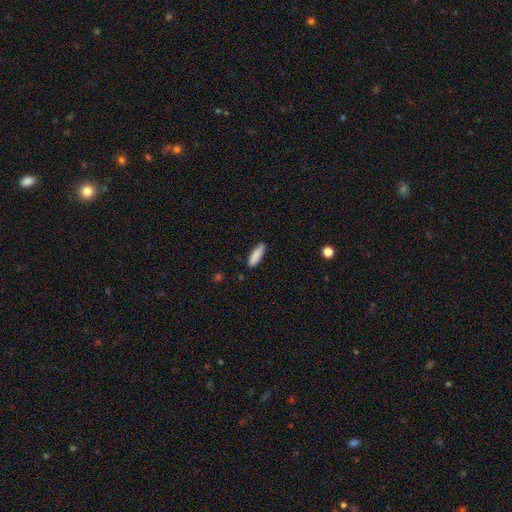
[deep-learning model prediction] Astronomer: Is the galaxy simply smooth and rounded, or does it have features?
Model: smooth — 88%.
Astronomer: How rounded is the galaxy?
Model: cigar-shaped — 53% (runner-up: in between, 45%).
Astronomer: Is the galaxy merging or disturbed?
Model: none — 86%.